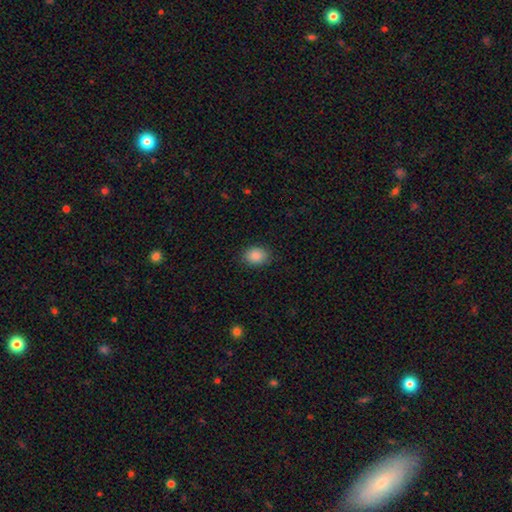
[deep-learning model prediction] This appears to be a smooth galaxy with no disk features (88%) that is in between round and cigar-shaped (60%). Merging: none (86%).